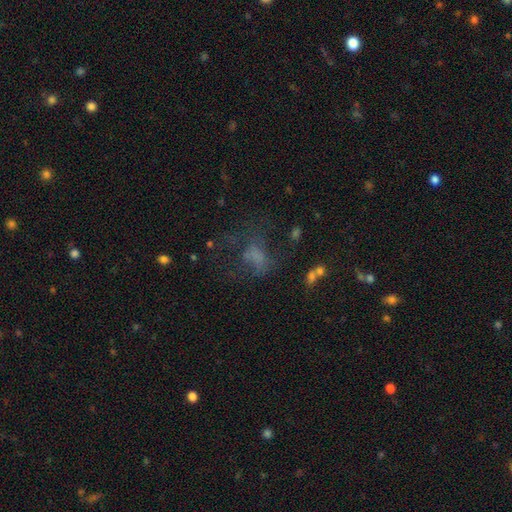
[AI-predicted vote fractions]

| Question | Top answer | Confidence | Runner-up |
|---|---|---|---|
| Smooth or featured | smooth | 43% | featured or disk (31%) |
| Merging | major disturbance | 40% | none (37%) |